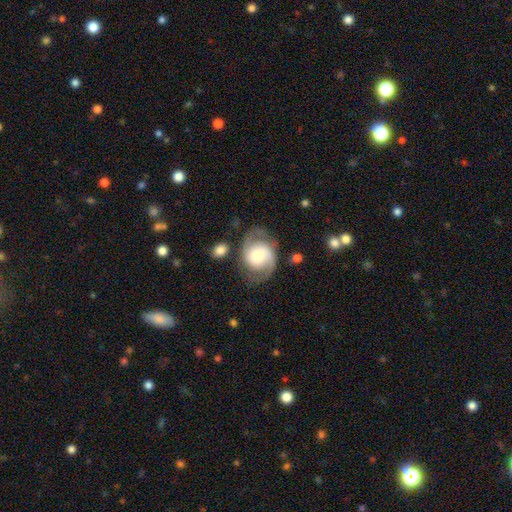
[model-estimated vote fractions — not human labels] Q: Smooth or featured?
A: featured or disk (76%); runner-up: smooth (18%)
Q: Edge-on disk?
A: no (98%); runner-up: yes (2%)
Q: Bar?
A: no (60%); runner-up: weak (32%)
Q: Spiral arms?
A: yes (92%); runner-up: no (8%)
Q: Spiral winding?
A: medium (50%); runner-up: tight (28%)
Q: Spiral arm count?
A: 2 (88%); runner-up: can't tell (5%)
Q: Bulge size?
A: moderate (56%); runner-up: large (22%)
Q: Merging?
A: none (66%); runner-up: minor disturbance (20%)